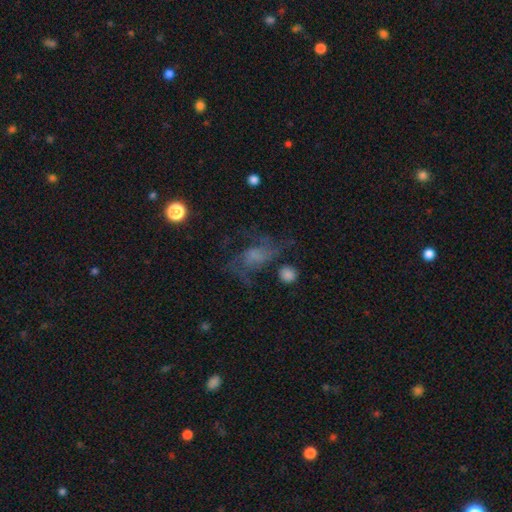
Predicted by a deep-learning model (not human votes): A featured or disk galaxy (55%) with no bar (69%), spiral arms (71%) and no central bulge (48%).

Vote fractions:
- Smooth or featured? featured or disk: 55% / smooth: 28% / star or artifact: 17%
- Edge-on disk? no: 96% / yes: 4%
- Bar? no: 69% / weak: 26% / strong: 5%
- Spiral arms? yes: 71% / no: 29%
- Bulge size? none: 48% / small: 24% / moderate: 18% / large: 8% / dominant: 2%
- Merging? none: 43% / major disturbance: 34% / minor disturbance: 18% / merger: 5%